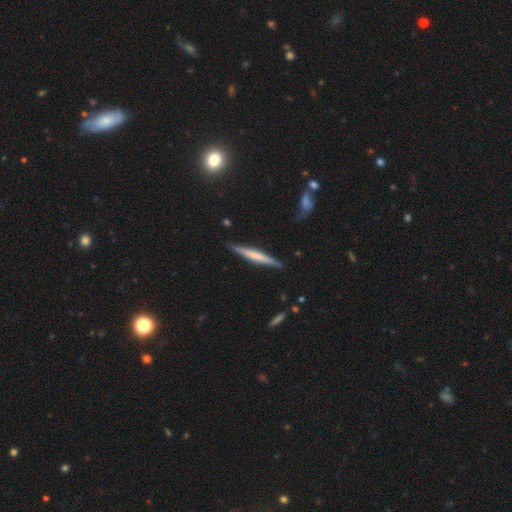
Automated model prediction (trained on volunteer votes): Morphology: type=featured or disk (48%); merging=none (86%).